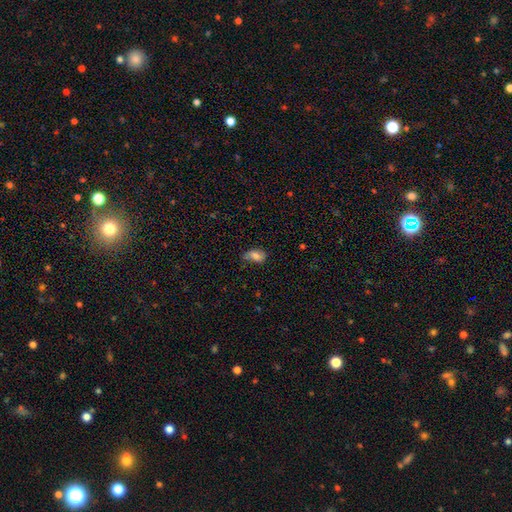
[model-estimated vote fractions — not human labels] Morphology: type=smooth (73%); roundness=in between (88%); merging=none (54%).